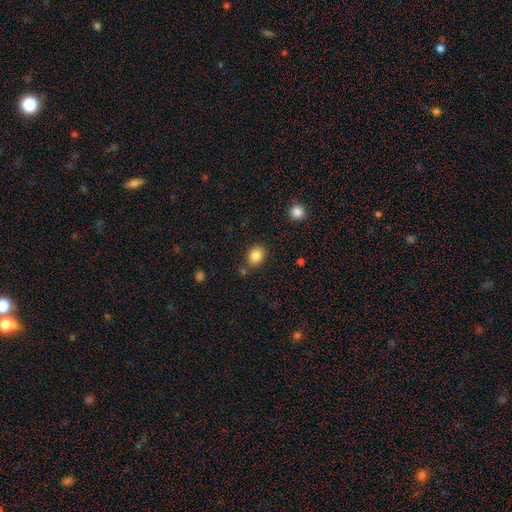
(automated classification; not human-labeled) smooth_or_featured: smooth (p=0.85) [alt: star or artifact p=0.09]
how_rounded: round (p=0.52) [alt: in between p=0.47]
merging: none (p=0.80) [alt: minor disturbance p=0.11]